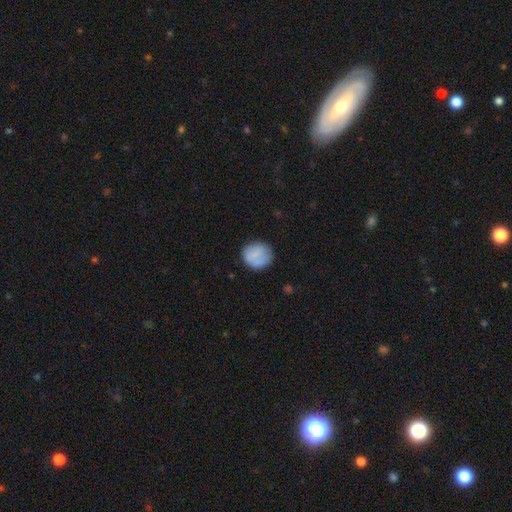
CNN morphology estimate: Q: Smooth or featured?
A: smooth (78%); runner-up: featured or disk (15%)
Q: How rounded?
A: round (85%); runner-up: in between (14%)
Q: Merging?
A: none (77%); runner-up: minor disturbance (17%)